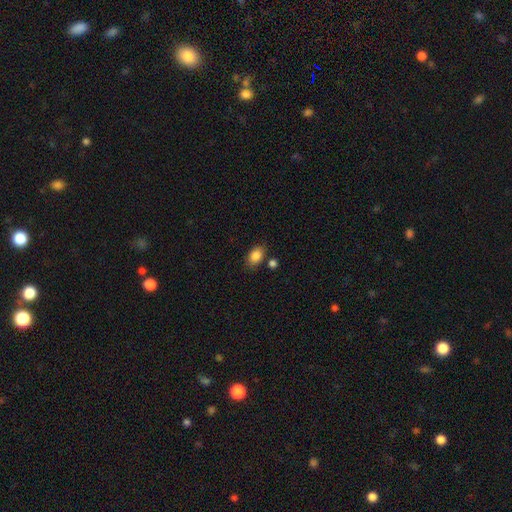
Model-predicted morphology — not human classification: type=smooth (86%); roundness=in between (81%); merging=none (77%).